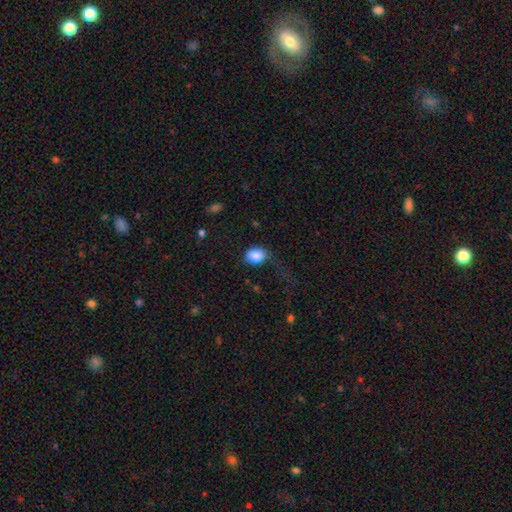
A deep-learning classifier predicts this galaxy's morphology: Smooth or featured? smooth (86%)
How rounded? in between (54%)
Merging? none (51%)